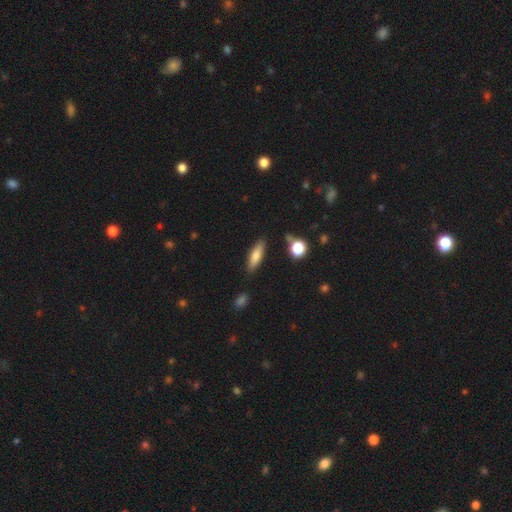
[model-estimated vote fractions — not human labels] Q: Smooth or featured?
A: smooth (74%); runner-up: featured or disk (19%)
Q: How rounded?
A: cigar-shaped (55%); runner-up: in between (42%)
Q: Merging?
A: none (83%); runner-up: minor disturbance (11%)